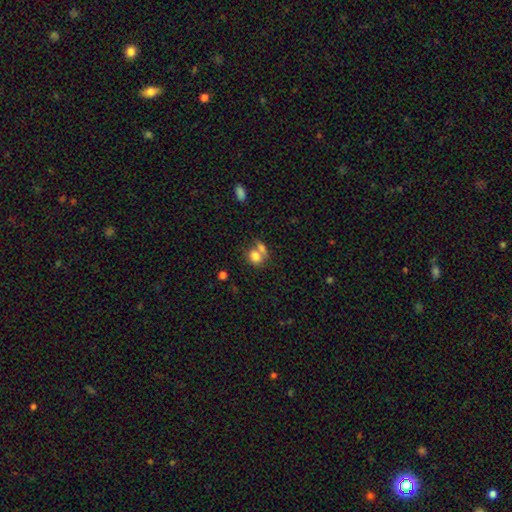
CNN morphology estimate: Smooth or featured? smooth (79%)
How rounded? round (63%)
Merging? merger (48%)